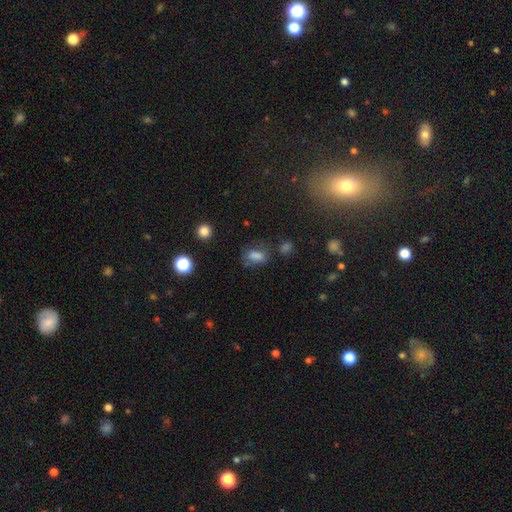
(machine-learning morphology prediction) smooth_or_featured: smooth (p=0.73) [alt: star or artifact p=0.17]
how_rounded: in between (p=0.79) [alt: round p=0.16]
merging: none (p=0.56) [alt: minor disturbance p=0.22]